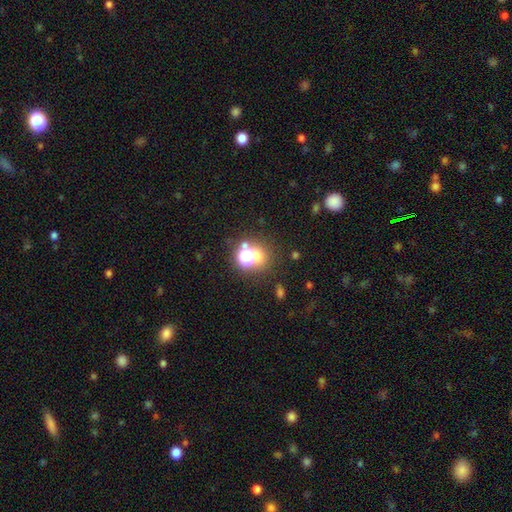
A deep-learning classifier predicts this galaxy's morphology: The model was most divided on "smooth or featured": smooth: 45%, star or artifact: 44%, featured or disk: 11%. More confident: merging — none (62%).